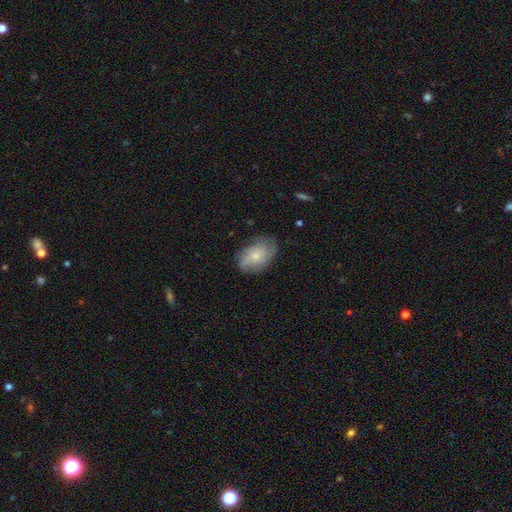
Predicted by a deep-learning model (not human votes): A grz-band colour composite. It shows a smooth galaxy with no disk features (54%) that is in between round and cigar-shaped (85%). Merging: none (68%).